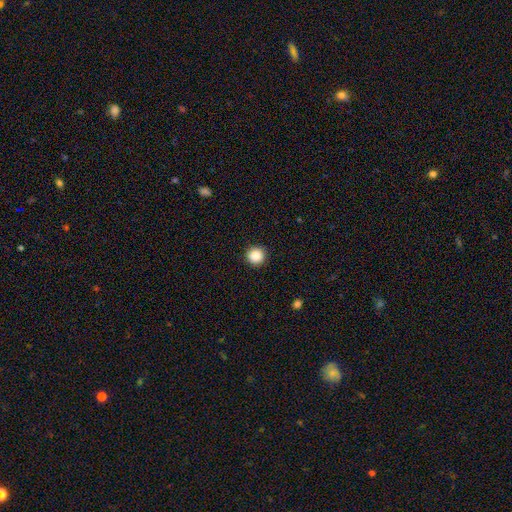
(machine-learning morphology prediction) A smooth galaxy with no disk features (88%) that is round (95%).

Vote fractions:
- Smooth or featured? smooth: 88% / star or artifact: 9% / featured or disk: 3%
- How rounded? round: 95% / in between: 4% / cigar-shaped: 1%
- Merging? none: 92% / minor disturbance: 5% / major disturbance: 2% / merger: 1%